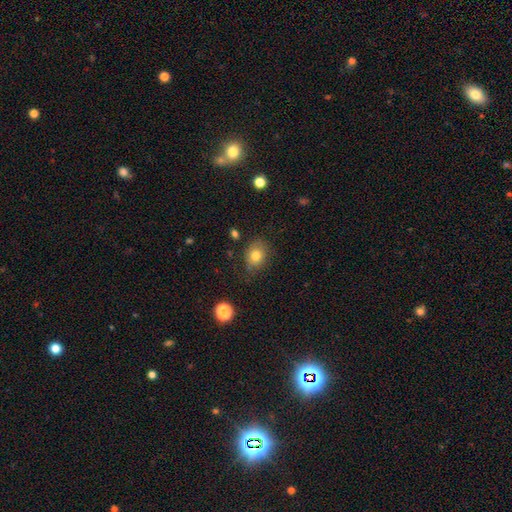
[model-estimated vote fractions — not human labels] This is likely a smooth galaxy (78%). How rounded: possibly round (59%). Merging: likely none (73%).